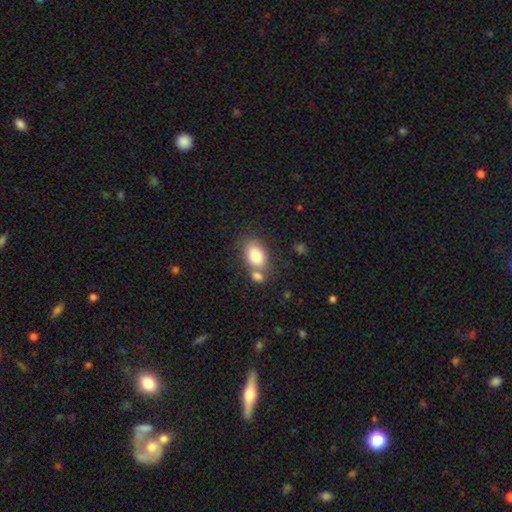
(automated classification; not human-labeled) This is likely a smooth galaxy (80%). How rounded: likely in between (79%). Merging: possibly none (50%).